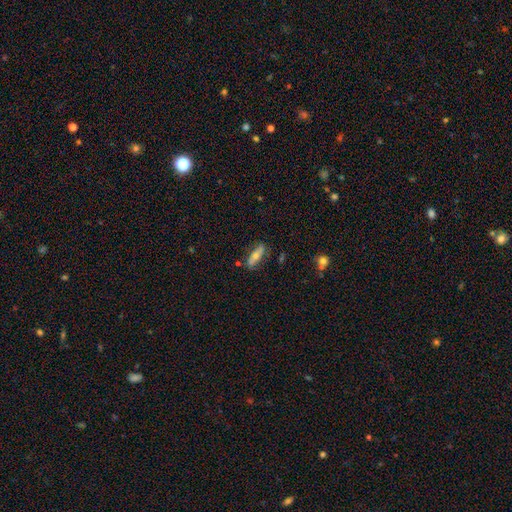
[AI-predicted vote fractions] The model was most divided on "how rounded": in between: 52%, cigar-shaped: 45%, round: 3%. More confident: merging — none (77%); smooth or featured — smooth (59%).